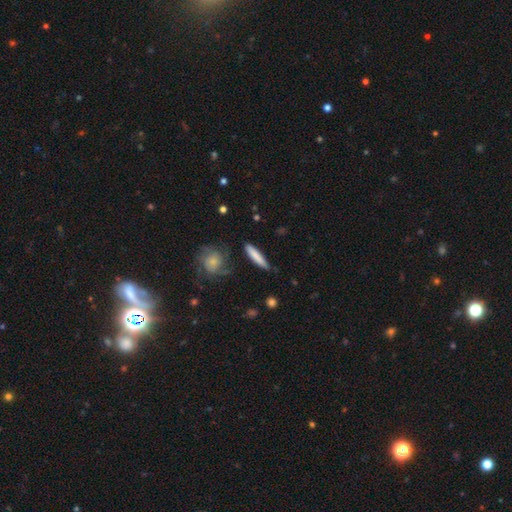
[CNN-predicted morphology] The model was most divided on "smooth or featured": smooth: 74%, featured or disk: 20%, star or artifact: 6%. More confident: how rounded — cigar-shaped (90%); merging — none (79%).